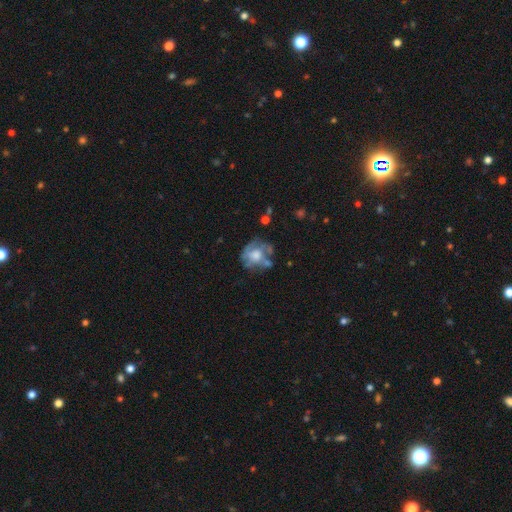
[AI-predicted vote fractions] featured or disk 54%, smooth 37%, star or artifact 9%. Down the decision tree: edge-on disk — no (97%); bar — no (83%); spiral arms — no (64%); bulge size — moderate (47%); merging — none (43%).